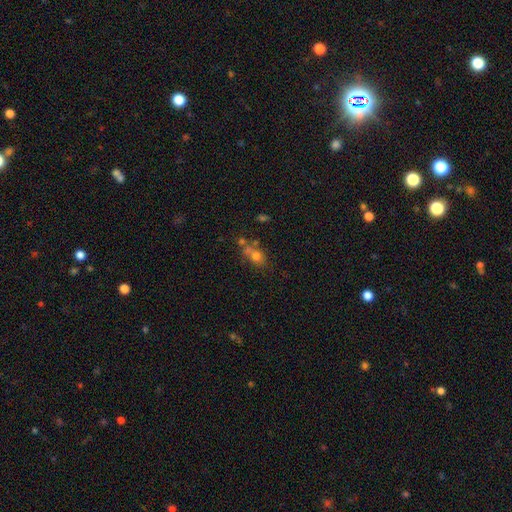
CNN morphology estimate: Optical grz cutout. It shows a smooth galaxy with no disk features (67%) that is in between round and cigar-shaped (57%). Merging: none (41%).